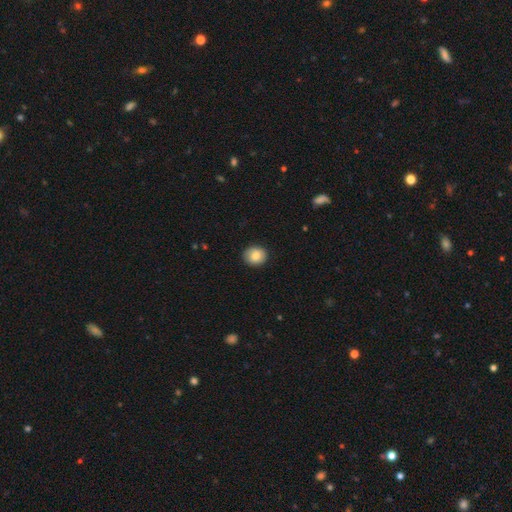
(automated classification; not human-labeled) The model was most divided on "how rounded": round: 70%, in between: 30%, cigar-shaped: 1%. More confident: merging — none (87%); smooth or featured — smooth (81%).